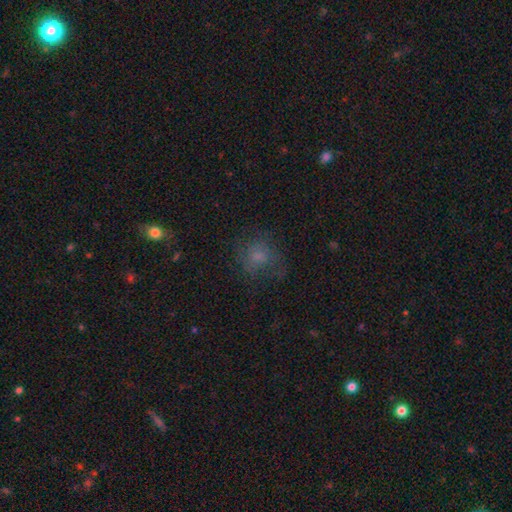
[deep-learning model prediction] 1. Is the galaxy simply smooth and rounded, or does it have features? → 61% smooth, 20% featured or disk, 19% star or artifact.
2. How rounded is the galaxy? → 77% round, 22% in between, 1% cigar-shaped.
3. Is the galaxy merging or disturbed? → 63% none, 20% minor disturbance, 16% major disturbance, 2% merger.